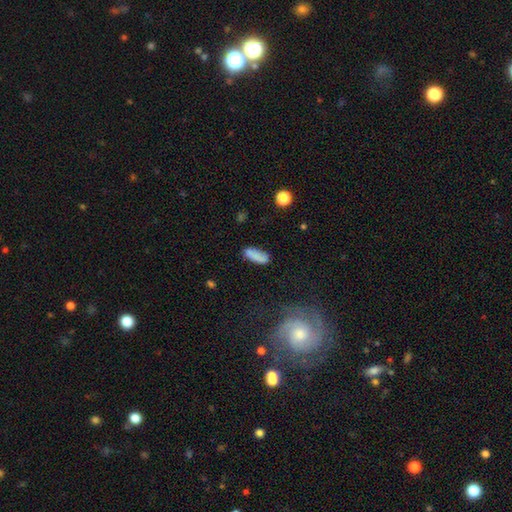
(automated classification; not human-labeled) Smooth or featured? Predicted: smooth (p=0.85). How rounded? Predicted: in between (p=0.70). Merging? Predicted: none (p=0.78).